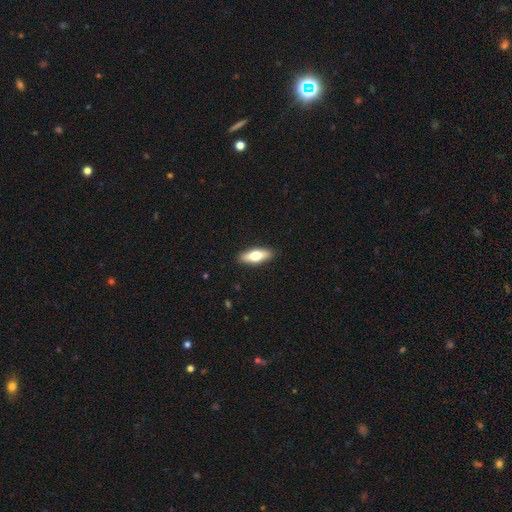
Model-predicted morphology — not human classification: smooth_or_featured: smooth (p=0.65) [alt: featured or disk p=0.29]
how_rounded: in between (p=0.64) [alt: cigar-shaped p=0.34]
merging: none (p=0.90) [alt: minor disturbance p=0.07]